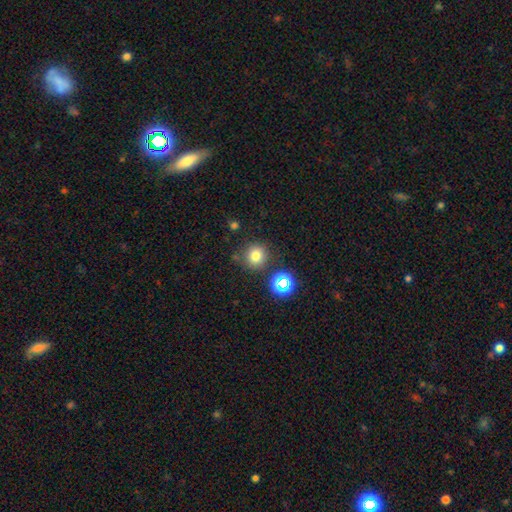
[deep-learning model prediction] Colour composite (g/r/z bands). It shows a smooth galaxy with no disk features (75%) that is round (91%). Merging: none (81%).